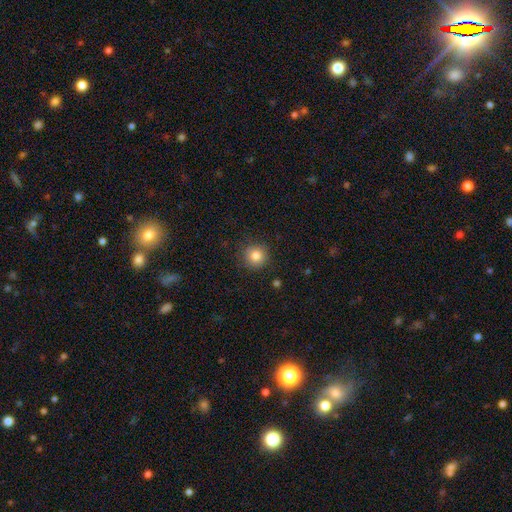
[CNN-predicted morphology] smooth-or-featured: smooth: 83% | star or artifact: 11% | featured or disk: 6%
  how-rounded: round: 93% | in between: 6% | cigar-shaped: 1%
  merging: none: 88% | minor disturbance: 9% | major disturbance: 2% | merger: 1%